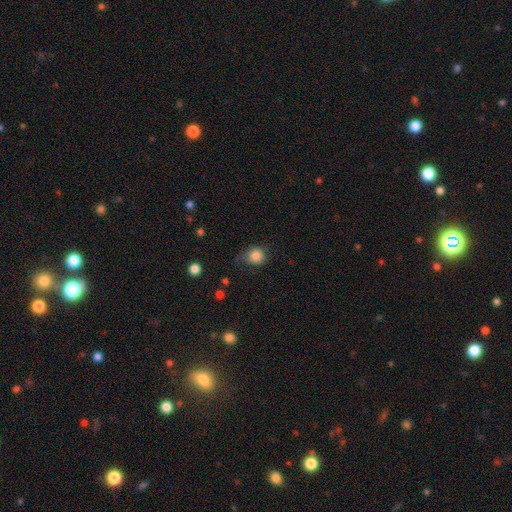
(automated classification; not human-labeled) Smooth or featured? Predicted: smooth (p=0.83). How rounded? Predicted: round (p=0.82). Merging? Predicted: none (p=0.53).